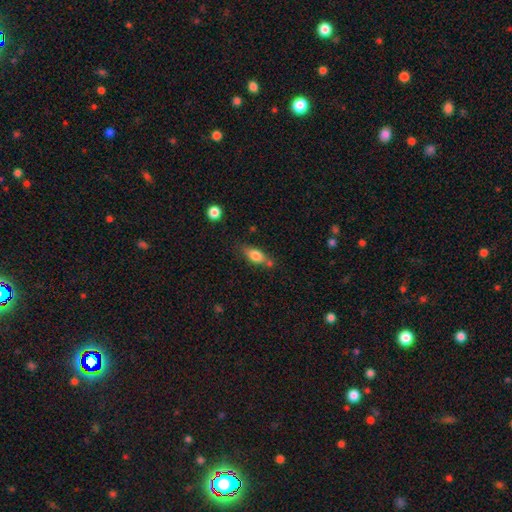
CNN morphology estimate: Smooth or featured? Predicted: smooth (p=0.76). How rounded? Predicted: in between (p=0.78). Merging? Predicted: none (p=0.61).